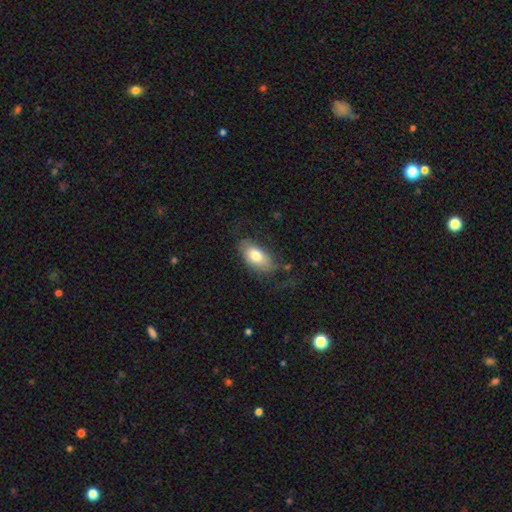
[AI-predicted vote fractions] This appears to be a smooth galaxy with no disk features (71%) that is in between round and cigar-shaped (92%). Merging: none (59%).